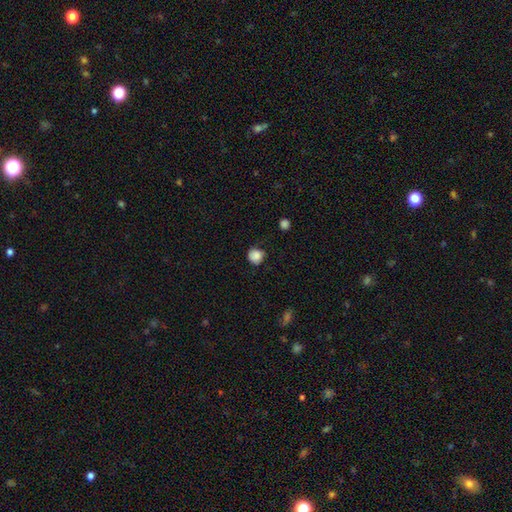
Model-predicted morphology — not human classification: Smooth or featured? Predicted: smooth (p=0.86). How rounded? Predicted: round (p=0.86). Merging? Predicted: none (p=0.70).